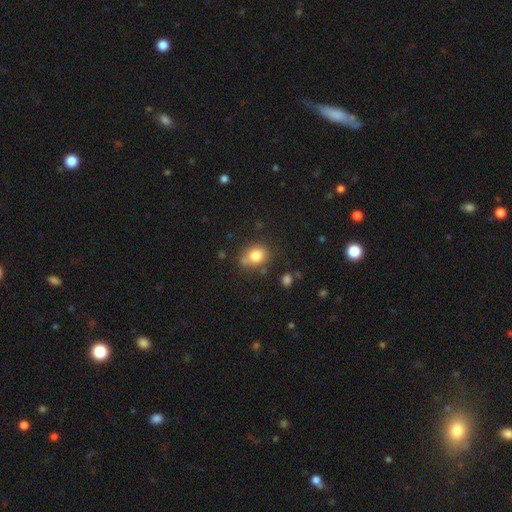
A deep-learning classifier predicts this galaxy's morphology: A smooth galaxy with no disk features (80%) that is round (57%).

Vote fractions:
- Smooth or featured? smooth: 80% / star or artifact: 11% / featured or disk: 10%
- How rounded? round: 57% / in between: 42% / cigar-shaped: 1%
- Merging? none: 65% / minor disturbance: 22% / merger: 7% / major disturbance: 6%